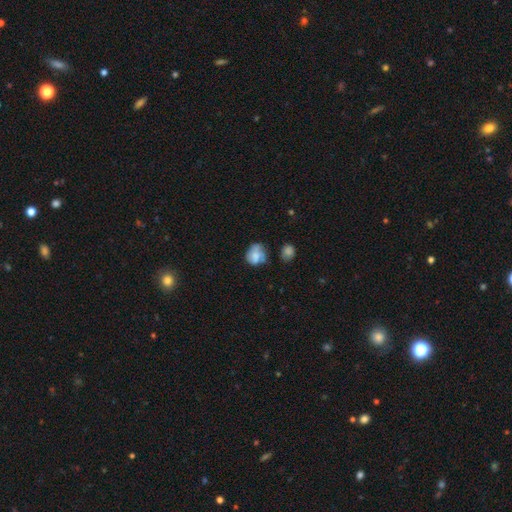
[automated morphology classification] smooth 60%, featured or disk 30%, star or artifact 10%. Down the decision tree: how rounded — round (57%); merging — none (45%).